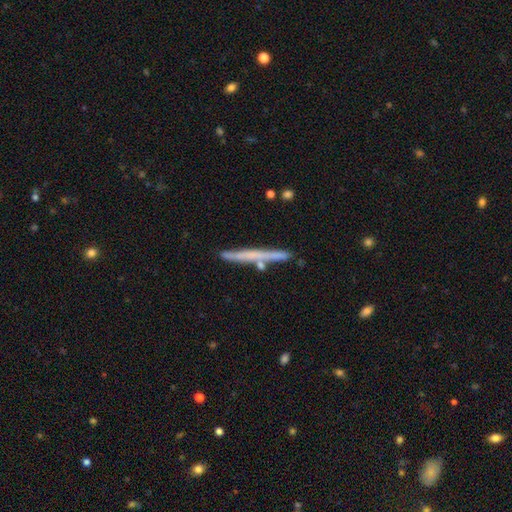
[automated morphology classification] A featured or disk galaxy (49%).

Vote fractions:
- Smooth or featured? featured or disk: 49% / smooth: 44% / star or artifact: 7%
- Merging? none: 82% / minor disturbance: 11% / merger: 5% / major disturbance: 2%